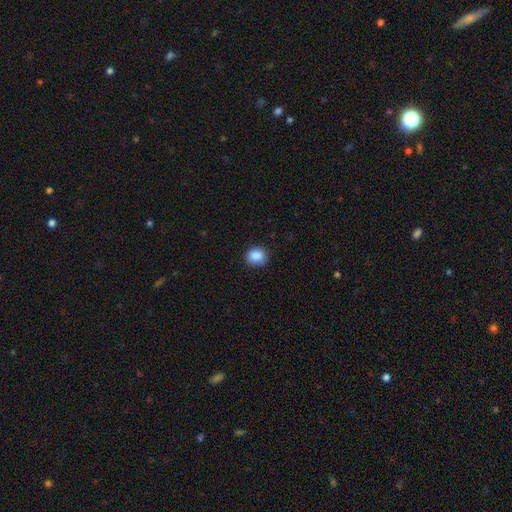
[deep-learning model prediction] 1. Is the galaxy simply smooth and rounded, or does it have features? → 87% smooth, 9% star or artifact, 4% featured or disk.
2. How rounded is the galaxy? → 73% round, 26% in between, 1% cigar-shaped.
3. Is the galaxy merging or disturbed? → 83% none, 13% minor disturbance, 3% major disturbance, 1% merger.